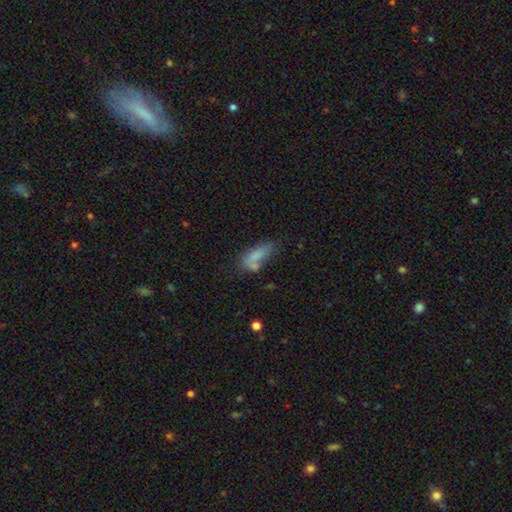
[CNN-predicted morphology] smooth 74%, featured or disk 16%, star or artifact 11%. Down the decision tree: how rounded — in between (75%); merging — none (40%).